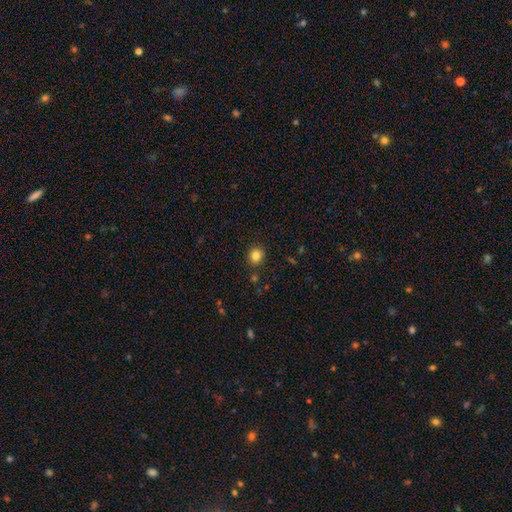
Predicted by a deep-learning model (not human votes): smooth_or_featured: smooth (p=0.83) [alt: star or artifact p=0.12]
how_rounded: round (p=0.81) [alt: in between p=0.18]
merging: none (p=0.87) [alt: minor disturbance p=0.08]